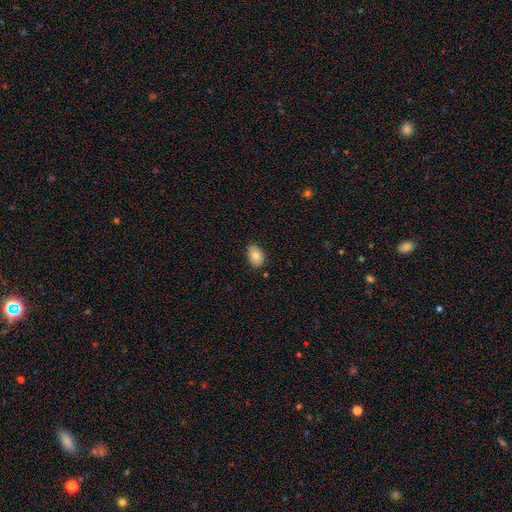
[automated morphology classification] This appears to be a smooth galaxy with no disk features (79%) that is in between round and cigar-shaped (85%). Merging: none (85%).